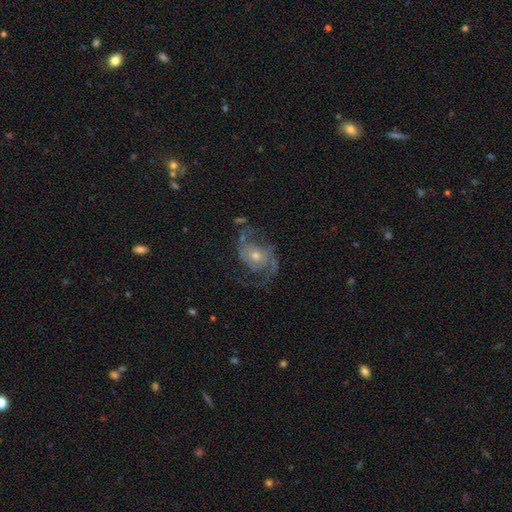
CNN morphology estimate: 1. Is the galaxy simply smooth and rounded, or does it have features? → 86% featured or disk, 7% star or artifact, 7% smooth.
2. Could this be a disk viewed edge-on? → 97% no, 3% yes.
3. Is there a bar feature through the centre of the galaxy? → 68% no, 25% weak, 7% strong.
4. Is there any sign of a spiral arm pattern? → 96% yes, 4% no.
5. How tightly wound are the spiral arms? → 52% medium, 31% loose, 17% tight.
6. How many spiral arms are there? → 85% 2, 5% can't tell, 4% 3, 3% 1, 2% 4, 2% more than 4.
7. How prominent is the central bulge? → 48% small, 46% moderate, 3% large, 2% none, 1% dominant.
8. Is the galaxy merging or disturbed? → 67% none, 16% minor disturbance, 15% major disturbance, 2% merger.